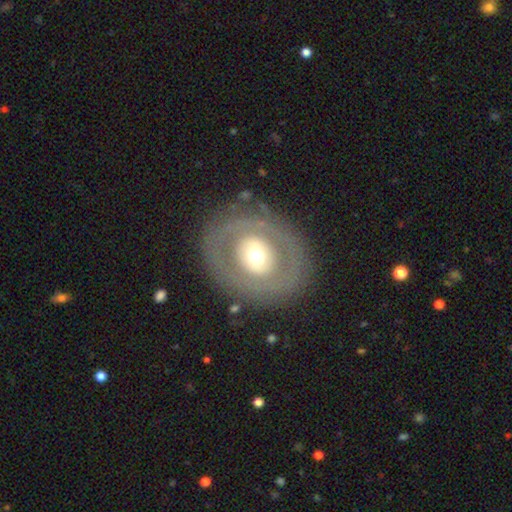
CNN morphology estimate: Overall: featured or disk (54%; smooth 40%). Edge-on disk: no (94%). Bar: no (85%). Spiral arms: no (90%). Bulge size: moderate (62%). Merging: none (81%).